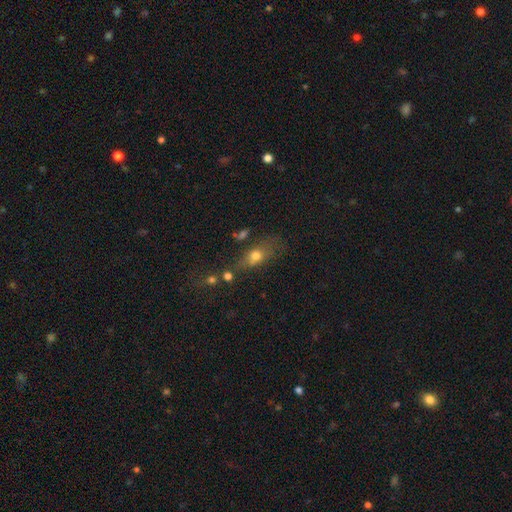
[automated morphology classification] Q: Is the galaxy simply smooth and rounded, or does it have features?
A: smooth — 68%.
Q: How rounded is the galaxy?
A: in between — 63%.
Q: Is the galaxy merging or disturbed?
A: none — 42%.